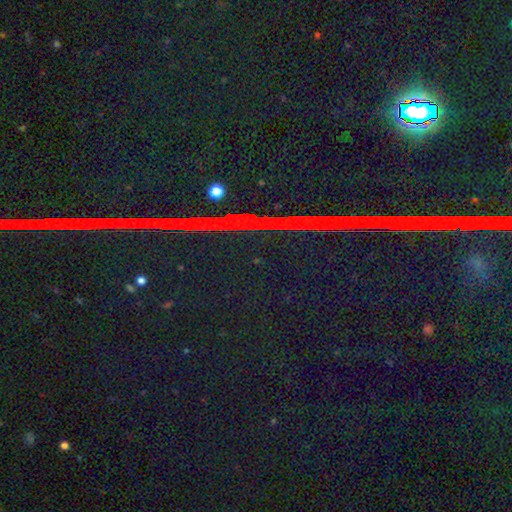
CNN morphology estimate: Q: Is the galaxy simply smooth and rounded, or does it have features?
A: star or artifact — 88%.